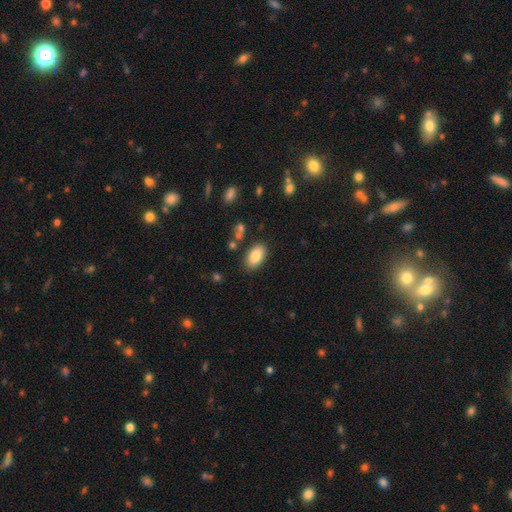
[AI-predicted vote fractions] A smooth galaxy with no disk features (85%) that is in between round and cigar-shaped (93%).

Vote fractions:
- Smooth or featured? smooth: 85% / featured or disk: 8% / star or artifact: 7%
- How rounded? in between: 93% / round: 6% / cigar-shaped: 2%
- Merging? none: 84% / minor disturbance: 10% / merger: 3% / major disturbance: 3%